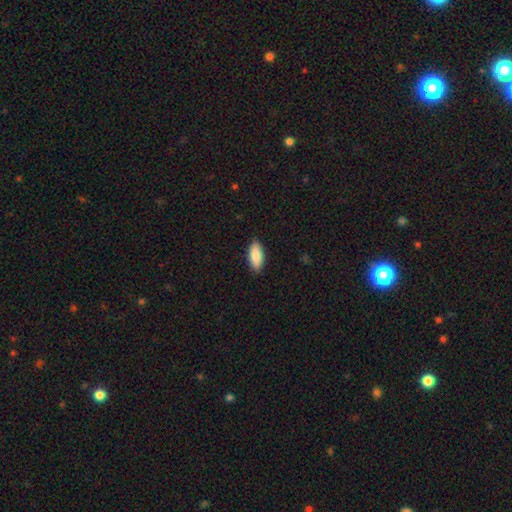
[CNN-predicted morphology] Smooth or featured?
  - smooth: 87% *
  - featured or disk: 8%
  - star or artifact: 6%
How rounded?
  - in between: 86% *
  - cigar-shaped: 12%
  - round: 2%
Merging?
  - none: 88% *
  - minor disturbance: 9%
  - major disturbance: 2%
  - merger: 1%